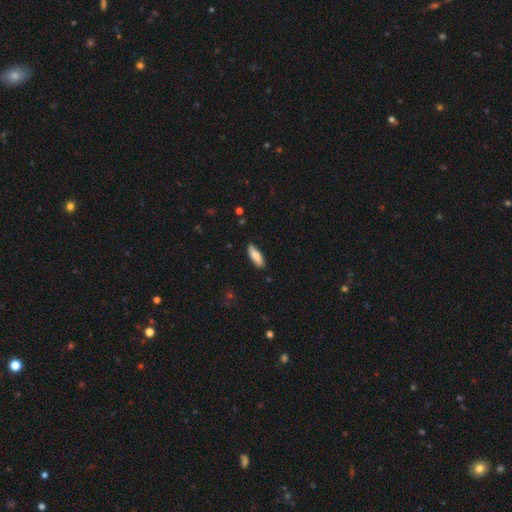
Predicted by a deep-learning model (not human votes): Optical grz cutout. It shows a smooth galaxy with no disk features (81%) that is in between round and cigar-shaped (57%). Merging: none (84%).